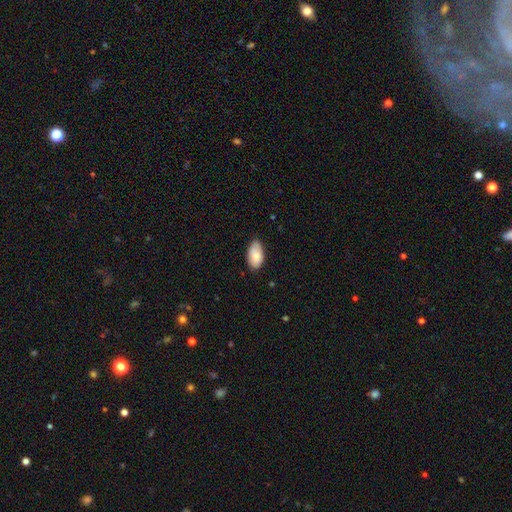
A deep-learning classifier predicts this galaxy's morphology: Smooth or featured?
  - smooth: 79% *
  - featured or disk: 15%
  - star or artifact: 7%
How rounded?
  - in between: 95% *
  - round: 3%
  - cigar-shaped: 2%
Merging?
  - none: 77% *
  - minor disturbance: 19%
  - major disturbance: 2%
  - merger: 1%